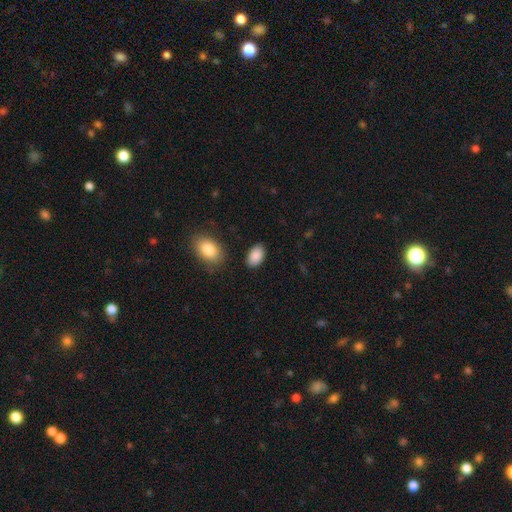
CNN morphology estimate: This appears to be a smooth galaxy with no disk features (89%) that is in between round and cigar-shaped (92%). Merging: none (85%).